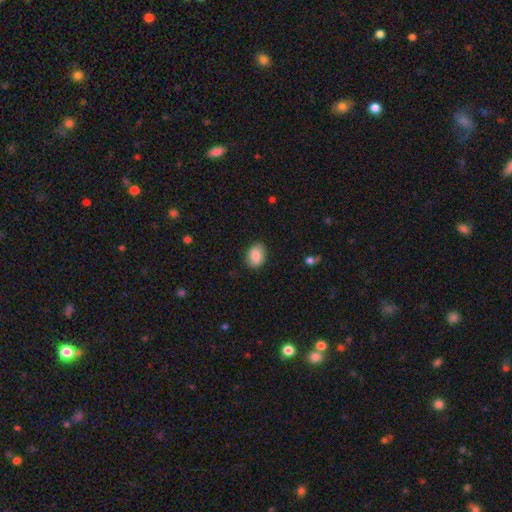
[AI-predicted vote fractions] This appears to be a smooth galaxy with no disk features (84%) that is in between round and cigar-shaped (72%). Merging: none (82%).